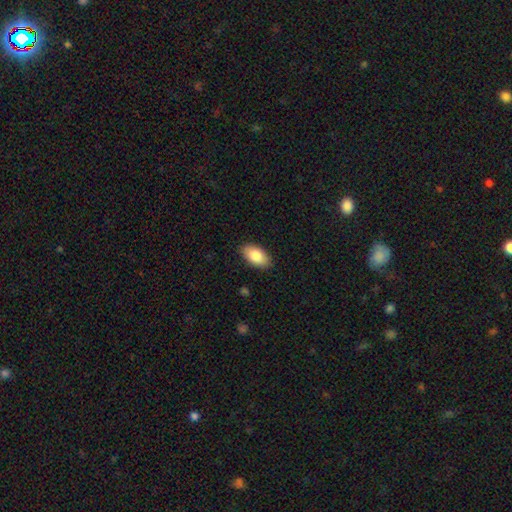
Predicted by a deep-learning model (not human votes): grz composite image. It shows a smooth galaxy with no disk features (85%) that is in between round and cigar-shaped (94%). Merging: none (87%).